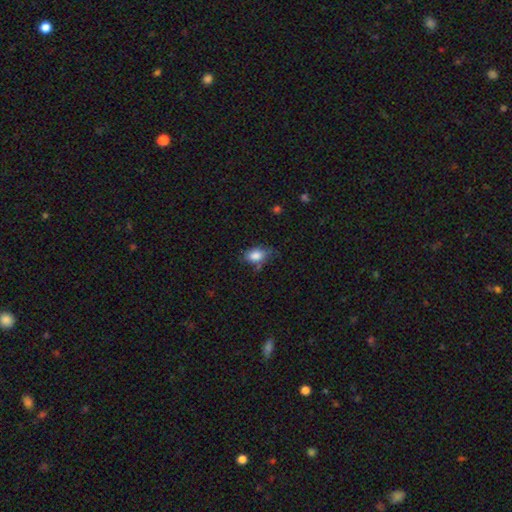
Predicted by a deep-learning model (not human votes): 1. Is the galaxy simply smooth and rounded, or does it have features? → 84% smooth, 9% star or artifact, 8% featured or disk.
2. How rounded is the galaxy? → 84% in between, 13% round, 3% cigar-shaped.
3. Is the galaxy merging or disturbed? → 57% none, 30% minor disturbance, 8% major disturbance, 5% merger.